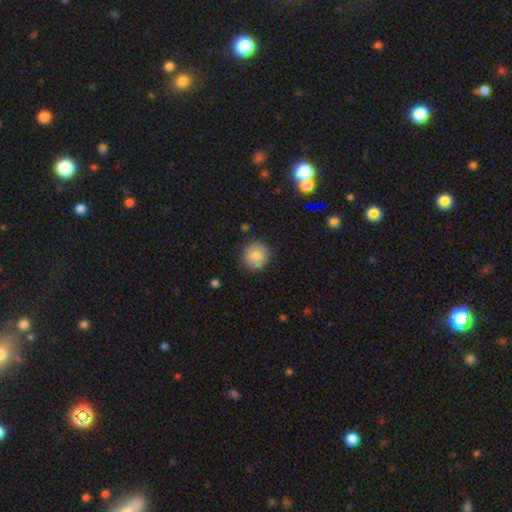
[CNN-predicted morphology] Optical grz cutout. It shows a smooth galaxy with no disk features (86%) that is round (93%). Merging: none (89%).